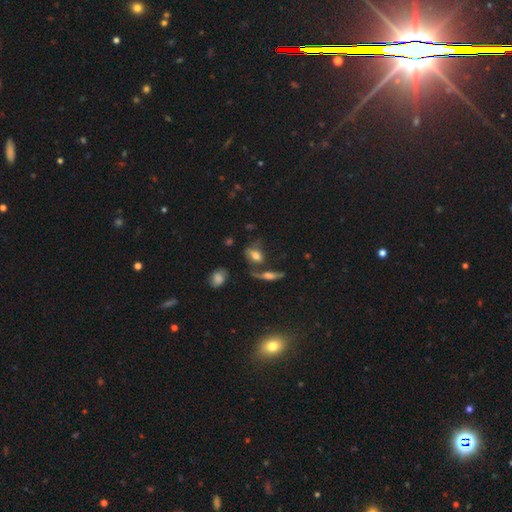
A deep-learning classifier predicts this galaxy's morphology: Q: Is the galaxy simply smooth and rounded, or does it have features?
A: smooth — 59%.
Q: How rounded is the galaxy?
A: in between — 76%.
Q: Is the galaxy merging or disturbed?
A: none — 45%.